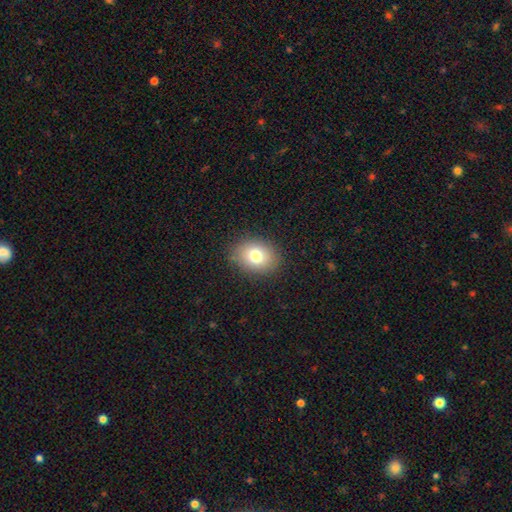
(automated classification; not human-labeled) Smooth or featured?
  - smooth: 76% *
  - featured or disk: 12%
  - star or artifact: 12%
How rounded?
  - in between: 54% *
  - round: 45%
  - cigar-shaped: 1%
Merging?
  - none: 86% *
  - minor disturbance: 10%
  - major disturbance: 3%
  - merger: 1%